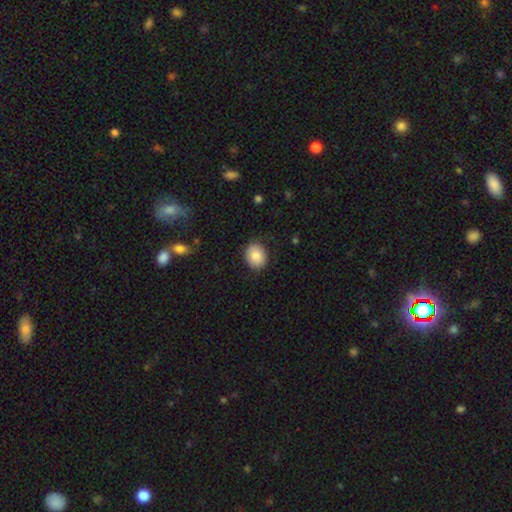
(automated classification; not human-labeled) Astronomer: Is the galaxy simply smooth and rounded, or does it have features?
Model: smooth — 84%.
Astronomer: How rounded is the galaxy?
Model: round — 57% (runner-up: in between, 42%).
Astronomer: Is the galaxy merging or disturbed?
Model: none — 82%.